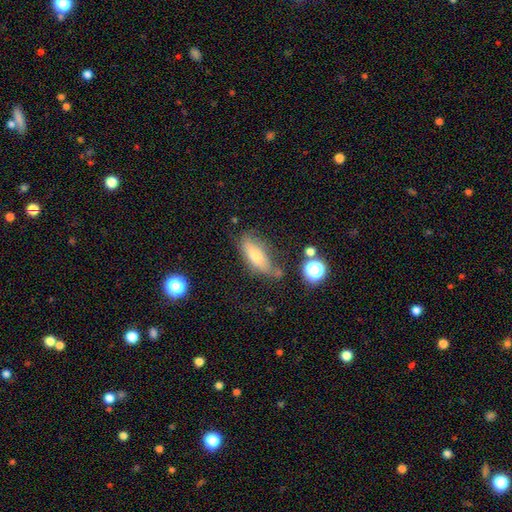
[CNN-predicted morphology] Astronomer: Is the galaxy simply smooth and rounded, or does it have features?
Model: smooth — 62%.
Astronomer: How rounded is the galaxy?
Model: in between — 63%.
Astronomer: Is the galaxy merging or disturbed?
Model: none — 56%.